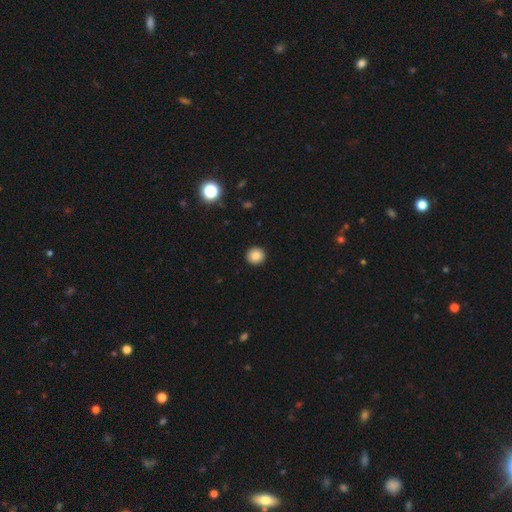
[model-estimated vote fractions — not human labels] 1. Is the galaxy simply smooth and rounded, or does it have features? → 84% smooth, 10% star or artifact, 6% featured or disk.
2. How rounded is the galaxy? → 95% round, 4% in between, 1% cigar-shaped.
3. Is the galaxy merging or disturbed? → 94% none, 4% minor disturbance, 1% major disturbance, 1% merger.